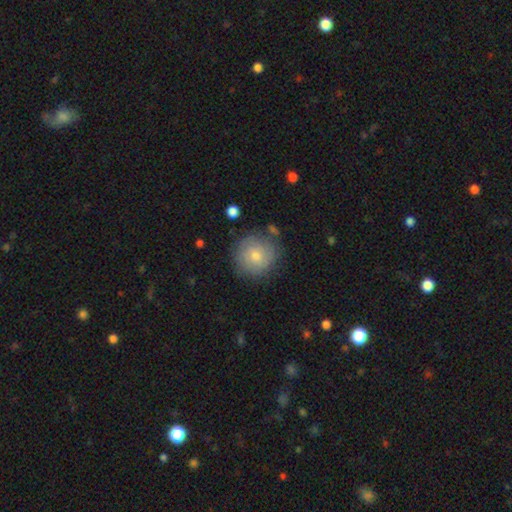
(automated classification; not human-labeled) smooth_or_featured: smooth (p=0.72) [alt: featured or disk p=0.19]
how_rounded: round (p=0.93) [alt: in between p=0.06]
merging: none (p=0.81) [alt: minor disturbance p=0.13]